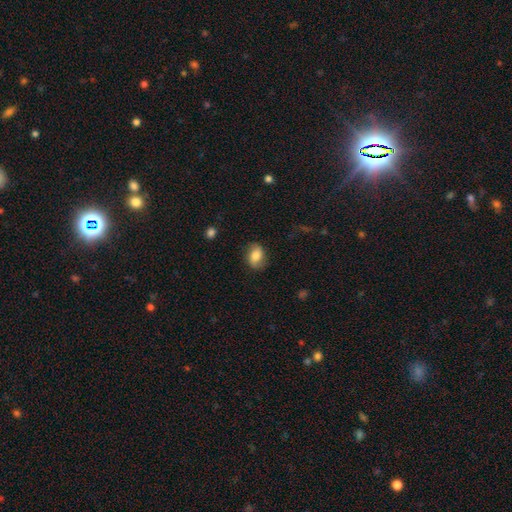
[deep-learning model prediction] smooth 76%, featured or disk 17%, star or artifact 8%. Down the decision tree: how rounded — in between (73%); merging — none (77%).